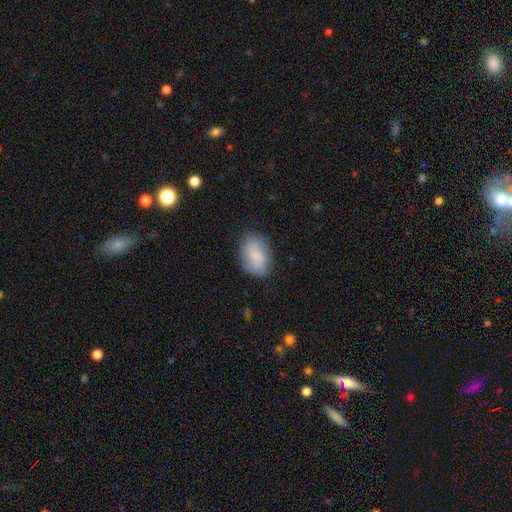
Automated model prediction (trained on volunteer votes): Q: Smooth or featured?
A: smooth (69%); runner-up: featured or disk (23%)
Q: How rounded?
A: in between (83%); runner-up: round (15%)
Q: Merging?
A: none (75%); runner-up: minor disturbance (18%)